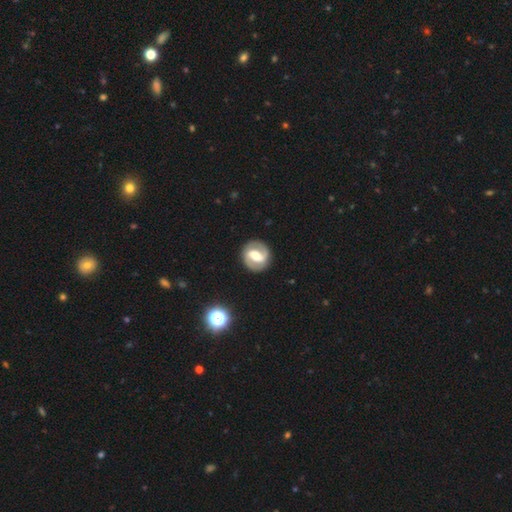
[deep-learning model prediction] A featured or disk galaxy (81%) with a strong bar (45%), 2 (91%) medium (47%) spiral arms (90%) and a moderate central bulge (67%).

Vote fractions:
- Smooth or featured? featured or disk: 81% / smooth: 14% / star or artifact: 5%
- Edge-on disk? no: 98% / yes: 2%
- Bar? strong: 45% / weak: 41% / no: 15%
- Spiral arms? yes: 90% / no: 10%
- Spiral winding? medium: 47% / tight: 38% / loose: 15%
- Spiral arm count? 2: 91% / can't tell: 4% / 1: 2% / 3: 1% / 4: 1% / more than 4: 1%
- Bulge size? moderate: 67% / small: 17% / large: 13% / none: 1% / dominant: 1%
- Merging? none: 88% / minor disturbance: 8% / major disturbance: 3% / merger: 1%